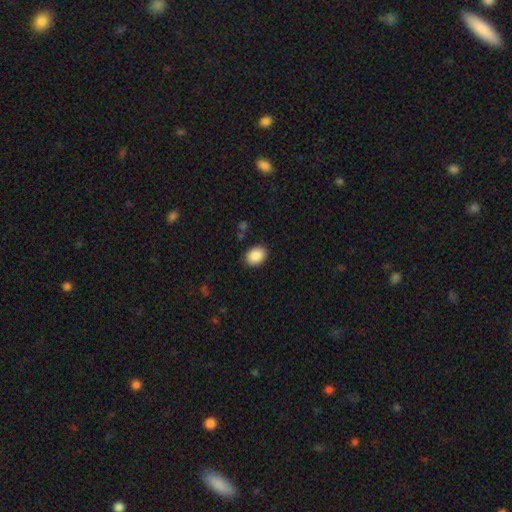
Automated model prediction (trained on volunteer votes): A smooth galaxy with no disk features (89%) that is in between round and cigar-shaped (65%).

Vote fractions:
- Smooth or featured? smooth: 89% / star or artifact: 7% / featured or disk: 4%
- How rounded? in between: 65% / round: 34% / cigar-shaped: 1%
- Merging? none: 87% / minor disturbance: 9% / major disturbance: 2% / merger: 1%